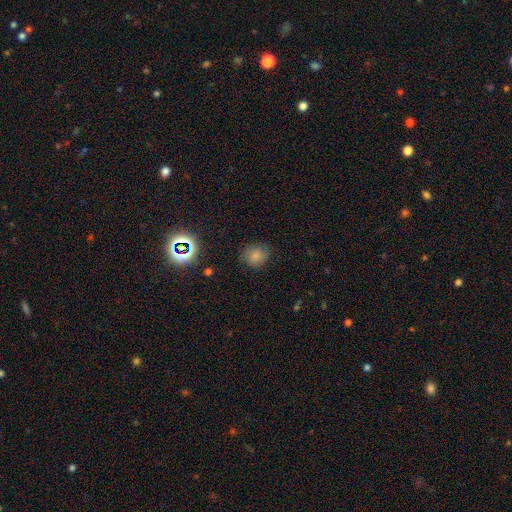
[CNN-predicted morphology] Smooth or featured: smooth — 75% (star or artifact — 16%)
How rounded: round — 78% (in between — 21%)
Merging: none — 81% (minor disturbance — 14%)